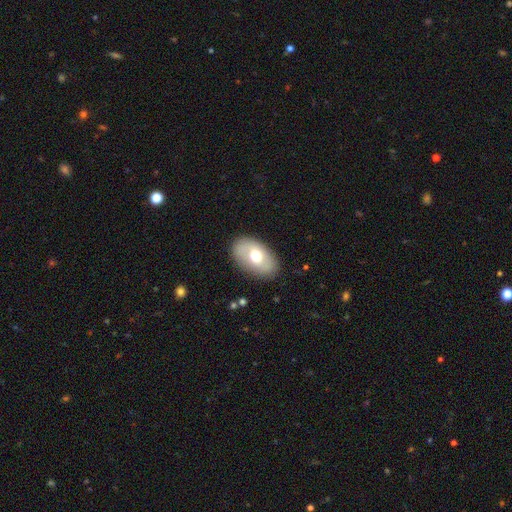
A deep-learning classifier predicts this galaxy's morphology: Smooth or featured?
  - smooth: 62% *
  - featured or disk: 31%
  - star or artifact: 7%
How rounded?
  - in between: 90% *
  - round: 8%
  - cigar-shaped: 1%
Merging?
  - none: 84% *
  - minor disturbance: 11%
  - major disturbance: 3%
  - merger: 1%